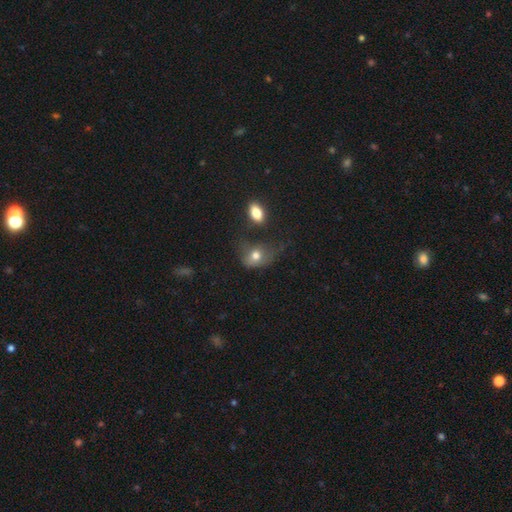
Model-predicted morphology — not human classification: Q: Smooth or featured?
A: smooth (72%); runner-up: featured or disk (17%)
Q: How rounded?
A: in between (66%); runner-up: round (33%)
Q: Merging?
A: major disturbance (35%); runner-up: minor disturbance (28%)